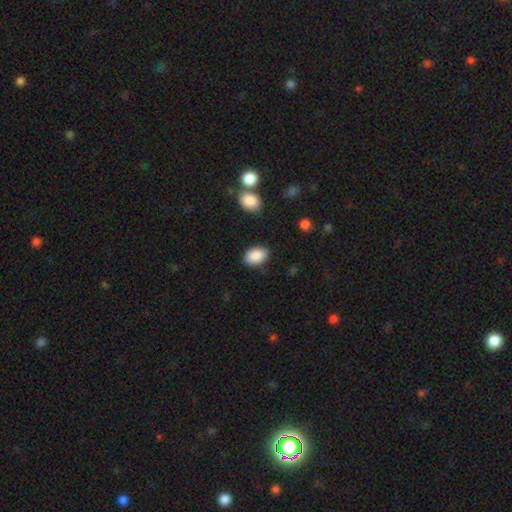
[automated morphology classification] This is clearly a smooth galaxy (89%). How rounded: clearly in between (87%). Merging: clearly none (87%).